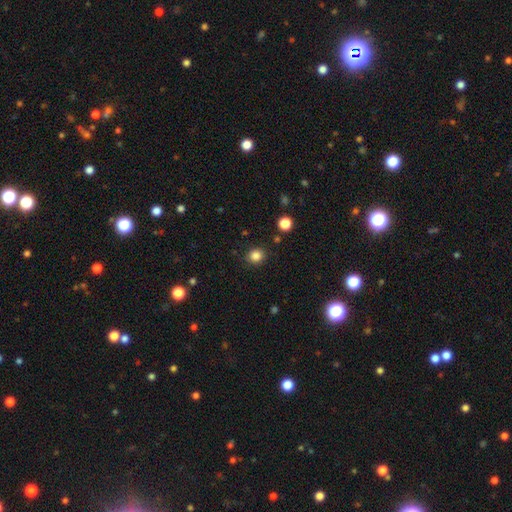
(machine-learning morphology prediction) Q: Smooth or featured?
A: smooth (84%); runner-up: star or artifact (12%)
Q: How rounded?
A: round (79%); runner-up: in between (20%)
Q: Merging?
A: none (88%); runner-up: minor disturbance (8%)